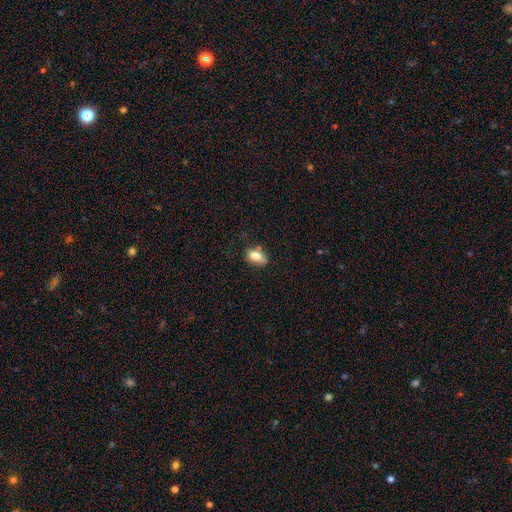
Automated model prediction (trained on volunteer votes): A smooth galaxy with no disk features (80%) that is in between round and cigar-shaped (82%). Merging: none (56%).